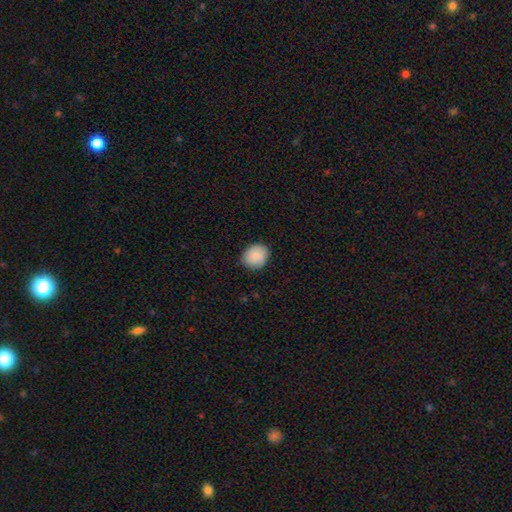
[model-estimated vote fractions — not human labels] The model was most divided on "how rounded": round: 63%, in between: 36%, cigar-shaped: 1%. More confident: smooth or featured — smooth (90%); merging — none (87%).